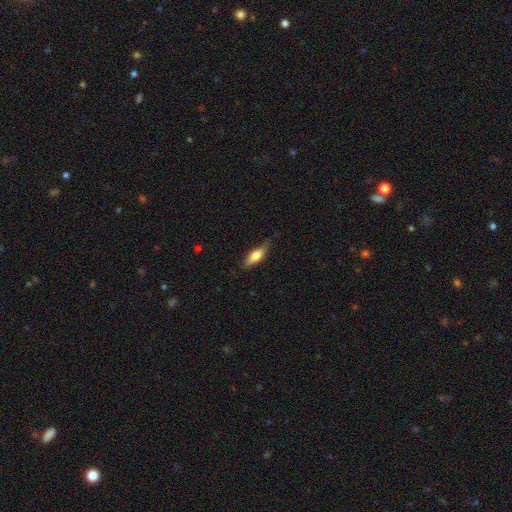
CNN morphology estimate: smooth-or-featured: smooth: 66% | featured or disk: 27% | star or artifact: 6%
  how-rounded: in between: 51% | cigar-shaped: 47% | round: 2%
  merging: none: 75% | minor disturbance: 20% | major disturbance: 4% | merger: 1%